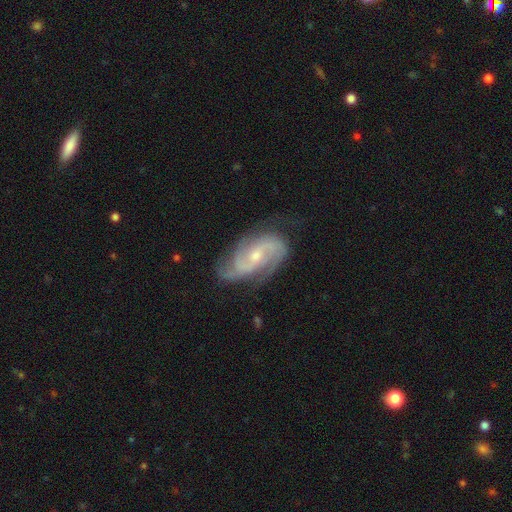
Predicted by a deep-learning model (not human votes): Smooth or featured: featured or disk — 89% (smooth — 6%)
Edge-on disk: no — 97% (yes — 3%)
Bar: no — 46% (weak — 41%)
Spiral arms: yes — 98% (no — 2%)
Spiral winding: medium — 49% (tight — 35%)
Spiral arm count: 2 — 49% (3 — 29%)
Bulge size: small — 57% (moderate — 39%)
Merging: none — 71% (minor disturbance — 20%)